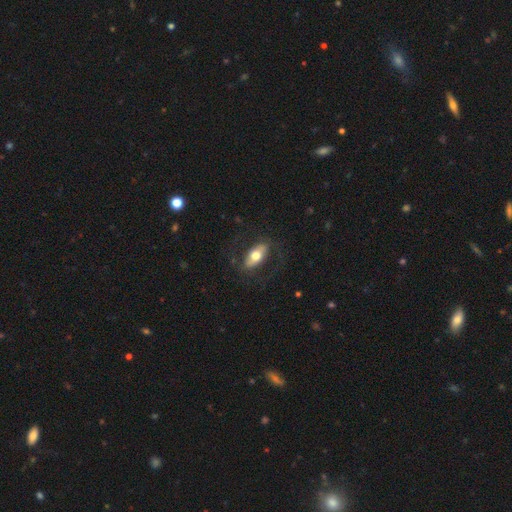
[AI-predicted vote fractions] Smooth or featured?
  - smooth: 56% *
  - featured or disk: 38%
  - star or artifact: 6%
How rounded?
  - in between: 82% *
  - cigar-shaped: 13%
  - round: 4%
Merging?
  - none: 76% *
  - minor disturbance: 13%
  - major disturbance: 9%
  - merger: 1%